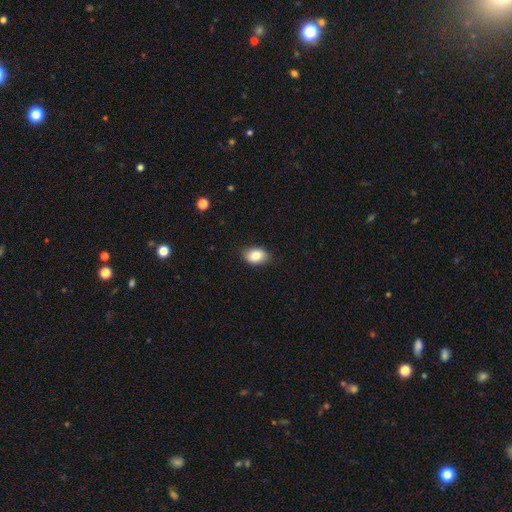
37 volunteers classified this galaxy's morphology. Smooth or featured? 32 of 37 (86%) said smooth. How rounded? 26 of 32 (81%) said in between. Merging? 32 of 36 (89%) said none.